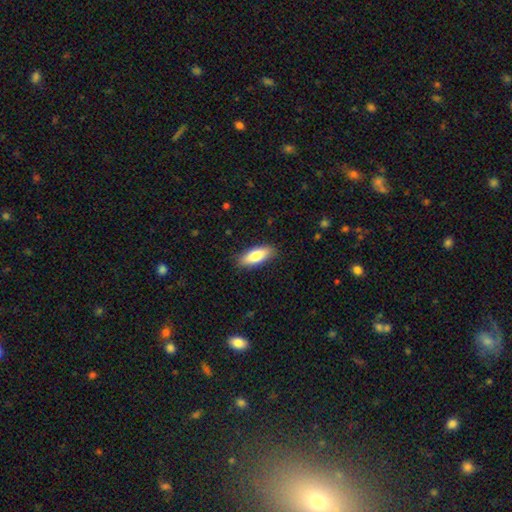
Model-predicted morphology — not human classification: This is clearly a smooth galaxy (80%). How rounded: likely in between (70%). Merging: clearly none (87%).